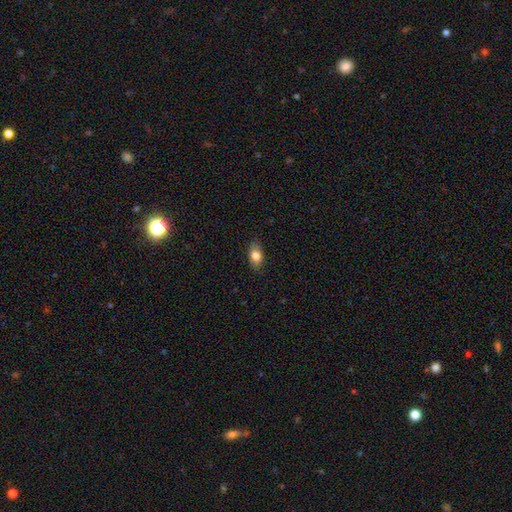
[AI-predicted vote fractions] smooth 80%, featured or disk 12%, star or artifact 8%. Down the decision tree: how rounded — in between (87%); merging — none (84%).